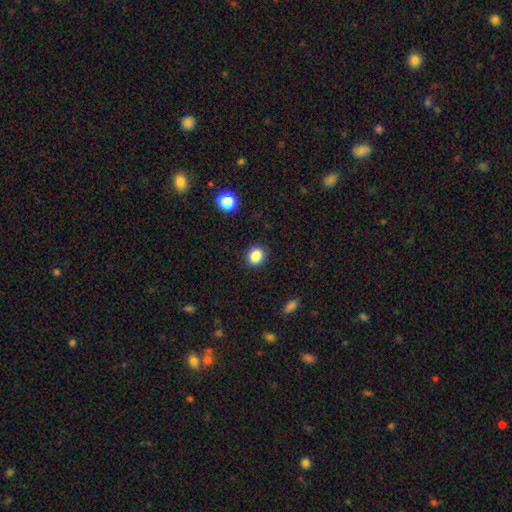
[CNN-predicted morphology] Overall: smooth (86%). How rounded: round (71%). Merging: none (90%).